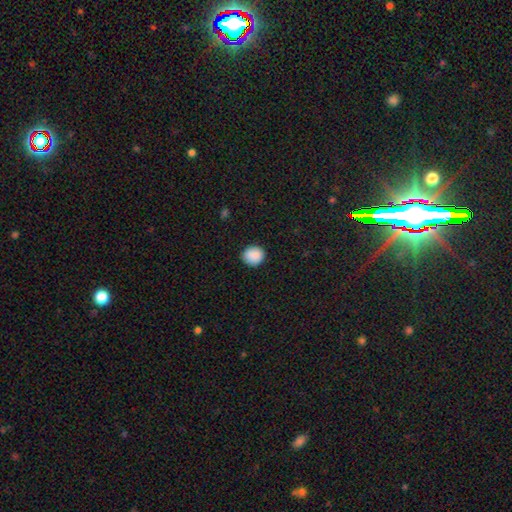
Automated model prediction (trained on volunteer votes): A smooth galaxy with no disk features (89%) that is round (80%). Merging: none (87%).